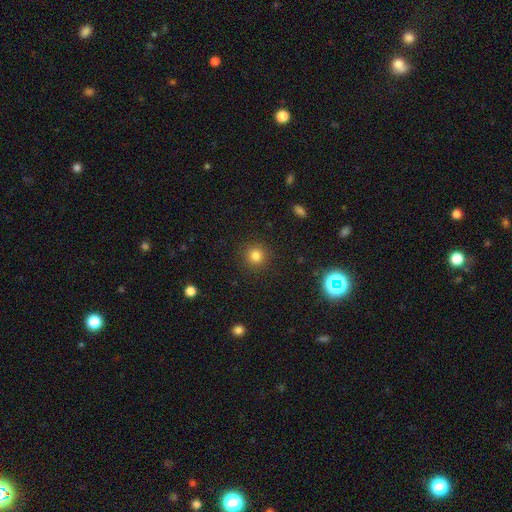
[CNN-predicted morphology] Q: Smooth or featured?
A: smooth (80%); runner-up: star or artifact (14%)
Q: How rounded?
A: round (94%); runner-up: in between (5%)
Q: Merging?
A: none (90%); runner-up: minor disturbance (6%)